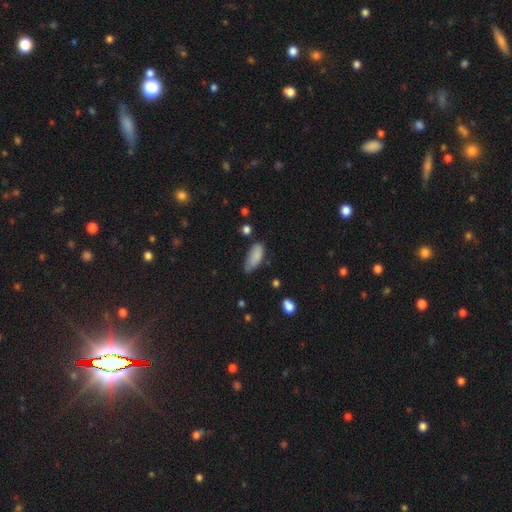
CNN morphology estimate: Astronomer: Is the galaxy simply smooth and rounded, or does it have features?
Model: smooth — 85%.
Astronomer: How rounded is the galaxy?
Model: in between — 81%.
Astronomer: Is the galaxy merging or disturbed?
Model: none — 54% (runner-up: minor disturbance, 36%).